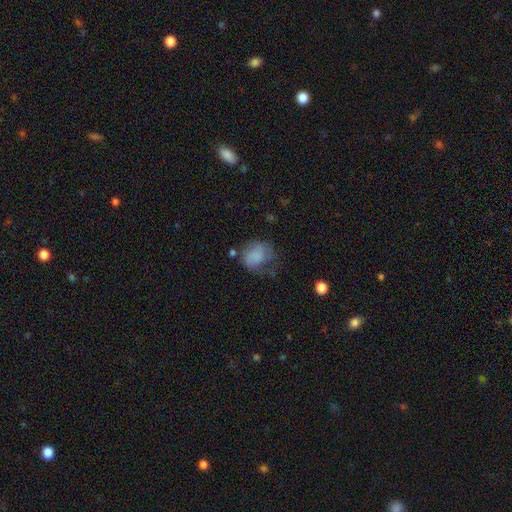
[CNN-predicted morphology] Smooth or featured: smooth — 69% (featured or disk — 22%)
How rounded: round — 57% (in between — 42%)
Merging: none — 36% (minor disturbance — 30%)